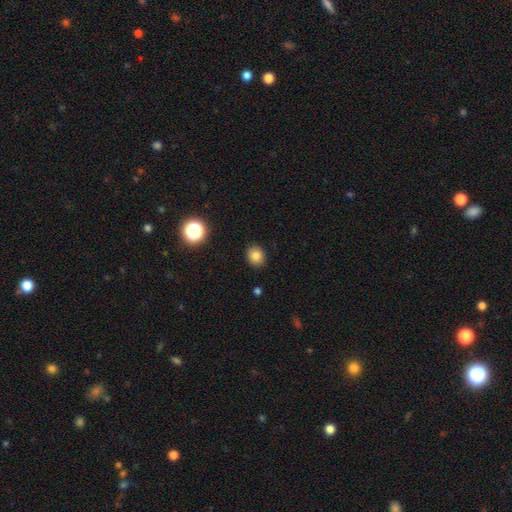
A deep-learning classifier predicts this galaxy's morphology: smooth_or_featured: smooth (p=0.80) [alt: star or artifact p=0.12]
how_rounded: round (p=0.65) [alt: in between p=0.34]
merging: none (p=0.89) [alt: minor disturbance p=0.07]